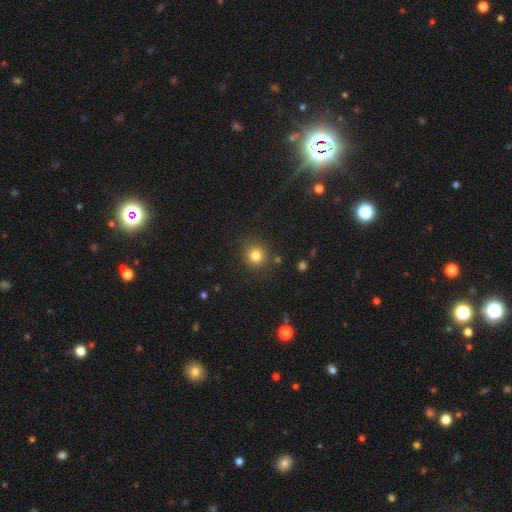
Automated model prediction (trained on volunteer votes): smooth-or-featured: smooth: 82% | star or artifact: 12% | featured or disk: 6%
  how-rounded: round: 92% | in between: 7% | cigar-shaped: 1%
  merging: none: 85% | minor disturbance: 9% | merger: 3% | major disturbance: 3%